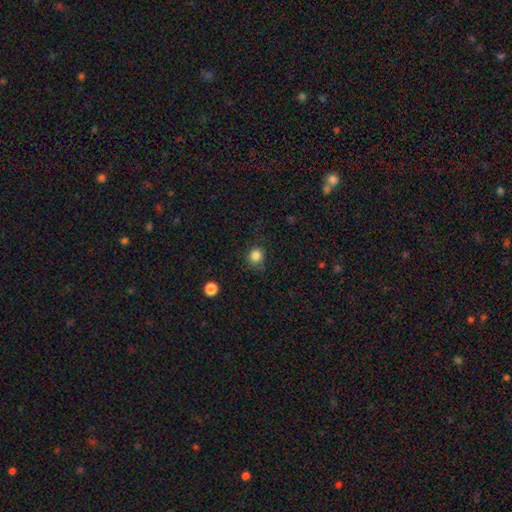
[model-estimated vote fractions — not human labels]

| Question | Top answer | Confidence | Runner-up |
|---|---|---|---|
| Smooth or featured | smooth | 84% | star or artifact (12%) |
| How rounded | round | 87% | in between (12%) |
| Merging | none | 76% | minor disturbance (18%) |